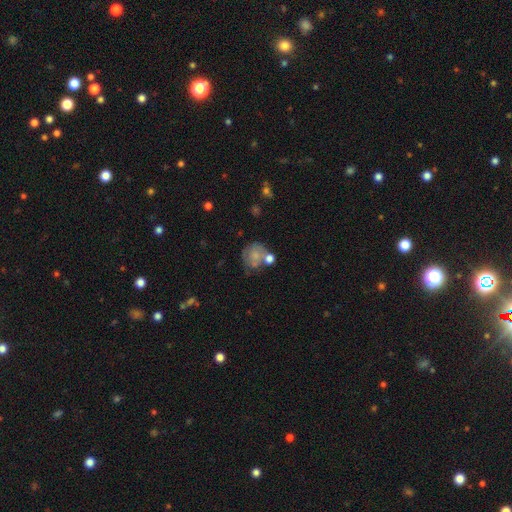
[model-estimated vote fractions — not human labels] Smooth or featured? smooth (57%)
How rounded? round (77%)
Merging? none (42%)